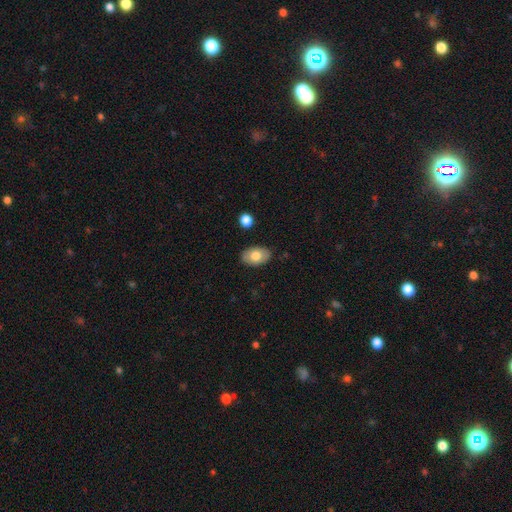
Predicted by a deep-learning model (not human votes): This appears to be a smooth galaxy with no disk features (75%) that is in between round and cigar-shaped (88%). Merging: none (86%).